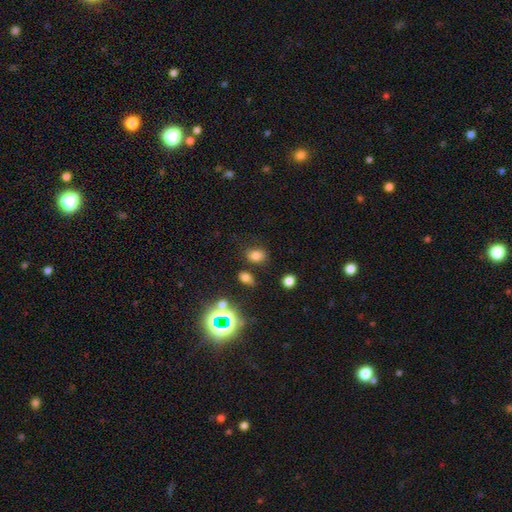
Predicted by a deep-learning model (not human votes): Smooth or featured: smooth — 72% (star or artifact — 20%)
How rounded: in between — 64% (round — 35%)
Merging: none — 72% (minor disturbance — 15%)